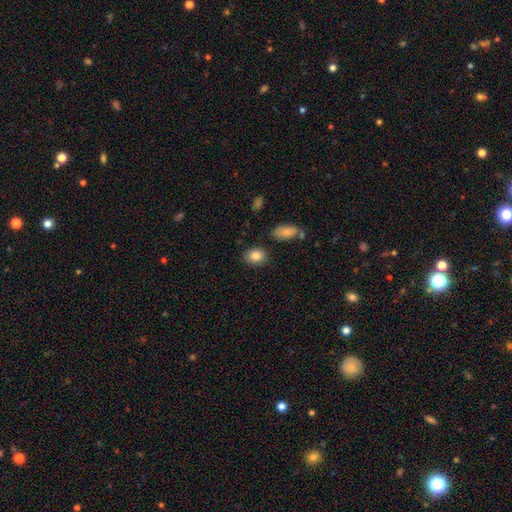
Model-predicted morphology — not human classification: This is clearly a smooth galaxy (84%). How rounded: likely in between (66%). Merging: clearly none (84%).